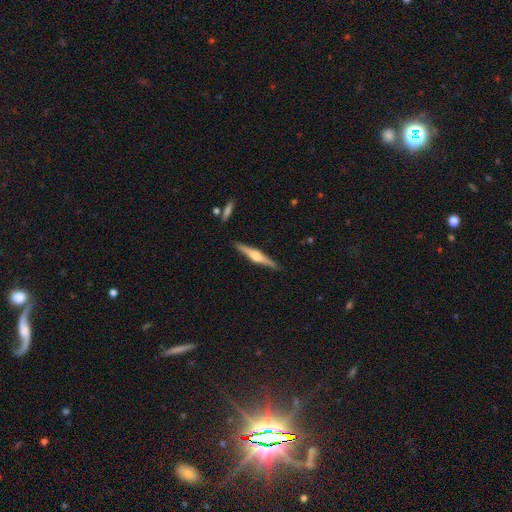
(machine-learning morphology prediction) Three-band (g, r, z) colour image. It shows a featured or disk galaxy (71%) viewed edge-on (98%) with a rounded central bulge (88%). Merging: none (89%).